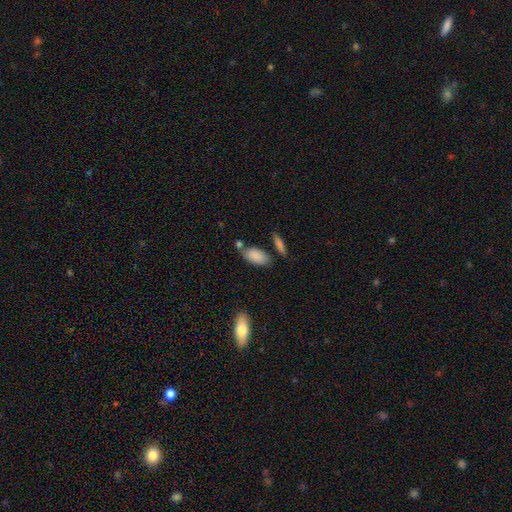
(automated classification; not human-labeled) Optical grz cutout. It shows a smooth galaxy with no disk features (87%) that is in between round and cigar-shaped (91%). Merging: none (68%).